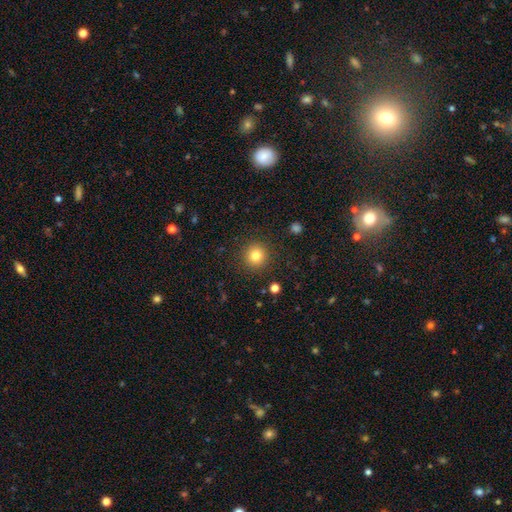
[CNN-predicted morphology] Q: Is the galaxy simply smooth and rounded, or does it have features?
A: smooth — 81%.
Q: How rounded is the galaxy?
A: round — 95%.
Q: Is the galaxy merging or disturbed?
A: none — 90%.